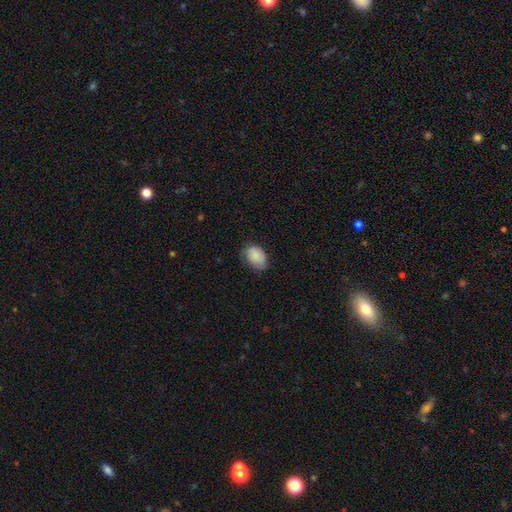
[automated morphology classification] Overall: smooth (86%). How rounded: in between (80%). Merging: none (65%; minor disturbance 28%).